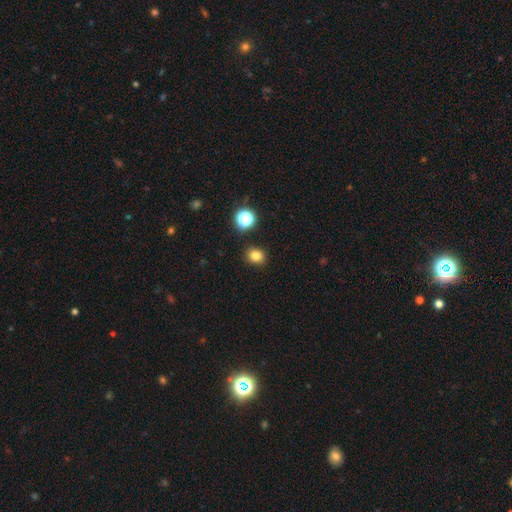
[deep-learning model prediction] smooth_or_featured: smooth (p=0.80) [alt: star or artifact p=0.15]
how_rounded: round (p=0.63) [alt: in between p=0.36]
merging: none (p=0.88) [alt: minor disturbance p=0.08]